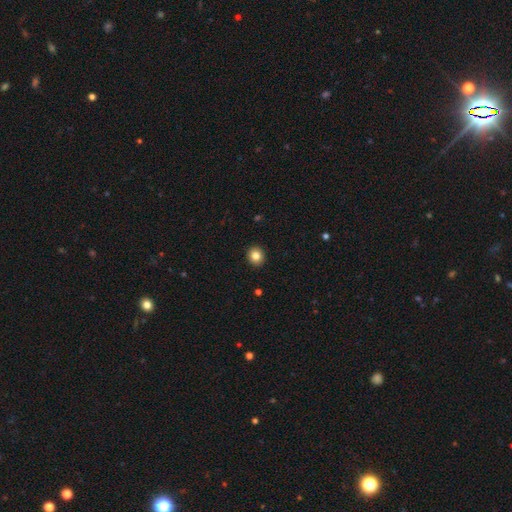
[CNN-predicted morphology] A smooth galaxy with no disk features (83%) that is round (82%).

Vote fractions:
- Smooth or featured? smooth: 83% / star or artifact: 10% / featured or disk: 7%
- How rounded? round: 82% / in between: 18% / cigar-shaped: 1%
- Merging? none: 93% / minor disturbance: 5% / major disturbance: 1% / merger: 1%